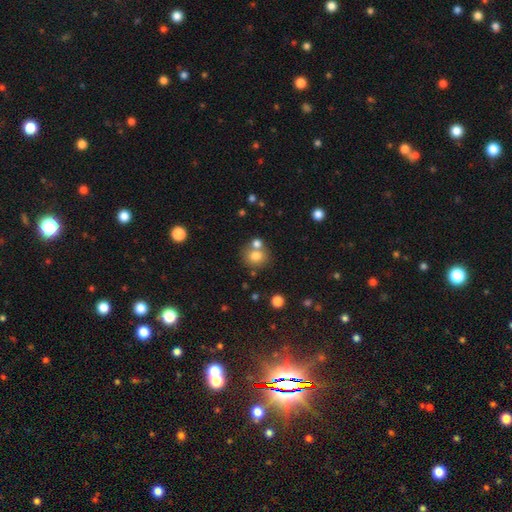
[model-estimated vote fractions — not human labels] Smooth or featured? Predicted: smooth (p=0.78). How rounded? Predicted: round (p=0.76). Merging? Predicted: none (p=0.58).